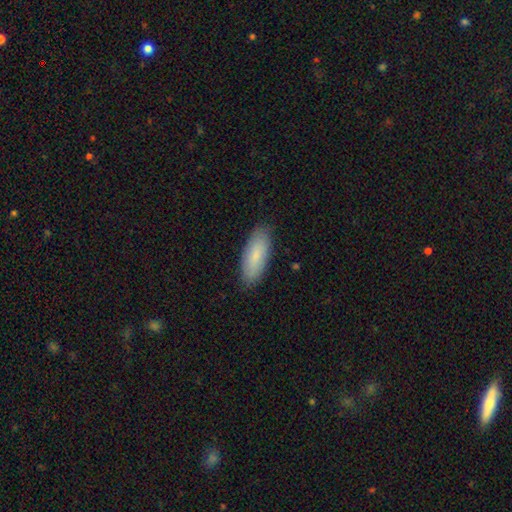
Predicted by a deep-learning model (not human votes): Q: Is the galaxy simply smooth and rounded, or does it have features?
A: smooth — 84%.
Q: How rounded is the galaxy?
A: in between — 74%.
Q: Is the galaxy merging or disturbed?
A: none — 87%.